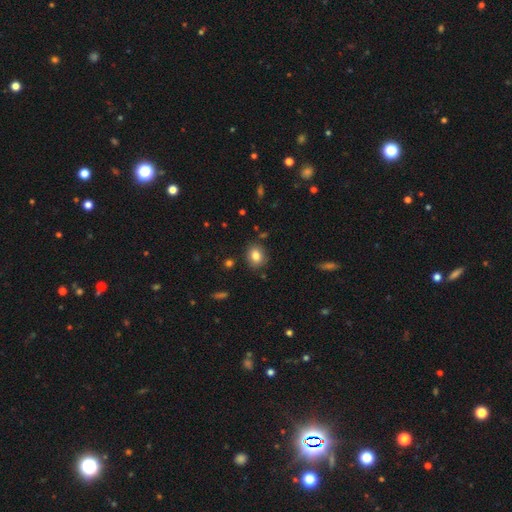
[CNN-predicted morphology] smooth_or_featured: smooth (p=0.83) [alt: star or artifact p=0.10]
how_rounded: round (p=0.53) [alt: in between p=0.46]
merging: none (p=0.85) [alt: minor disturbance p=0.10]